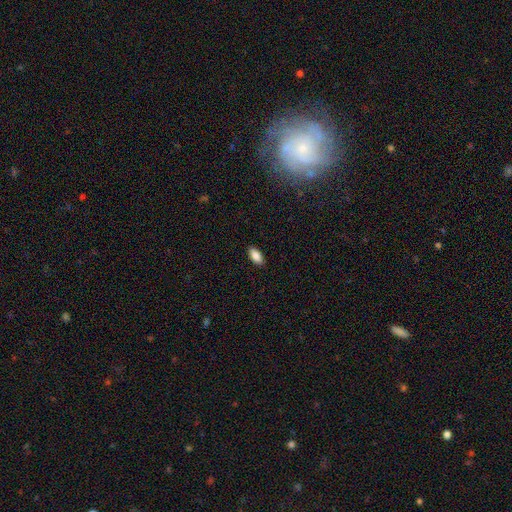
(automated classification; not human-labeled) A smooth galaxy with no disk features (88%) that is in between round and cigar-shaped (90%).

Vote fractions:
- Smooth or featured? smooth: 88% / star or artifact: 7% / featured or disk: 5%
- How rounded? in between: 90% / cigar-shaped: 8% / round: 2%
- Merging? none: 89% / minor disturbance: 8% / major disturbance: 2% / merger: 1%